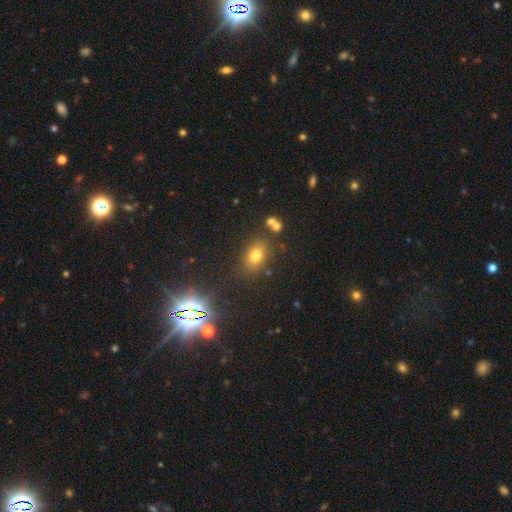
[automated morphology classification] This is likely a smooth galaxy (69%). How rounded: likely in between (68%). Merging: likely none (78%).